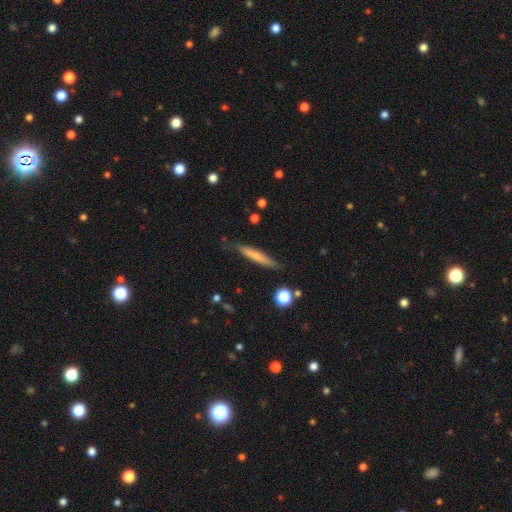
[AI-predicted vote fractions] smooth-or-featured: smooth: 62% | featured or disk: 32% | star or artifact: 7%
  how-rounded: cigar-shaped: 93% | in between: 6% | round: 2%
  merging: none: 79% | minor disturbance: 16% | major disturbance: 3% | merger: 2%